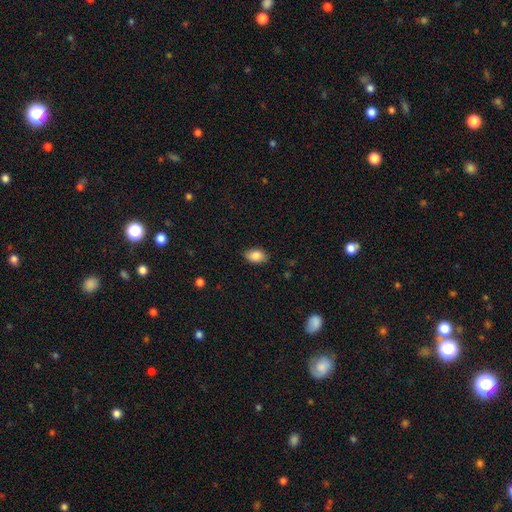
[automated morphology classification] smooth 86%, star or artifact 8%, featured or disk 7%. Down the decision tree: how rounded — in between (88%); merging — none (85%).